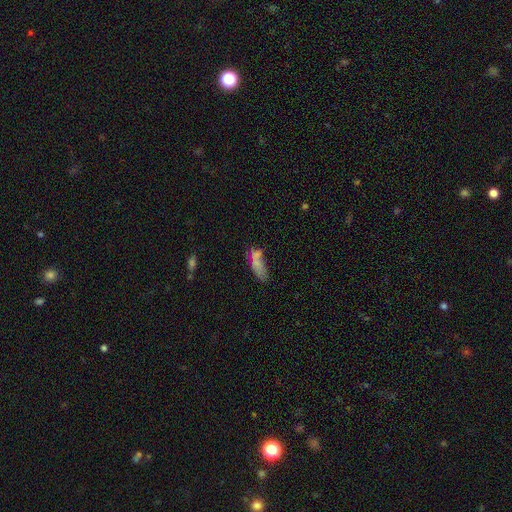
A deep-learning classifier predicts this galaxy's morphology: smooth-or-featured: smooth: 68% | featured or disk: 19% | star or artifact: 13%
  how-rounded: in between: 54% | cigar-shaped: 42% | round: 3%
  merging: none: 45% | minor disturbance: 22% | merger: 20% | major disturbance: 13%